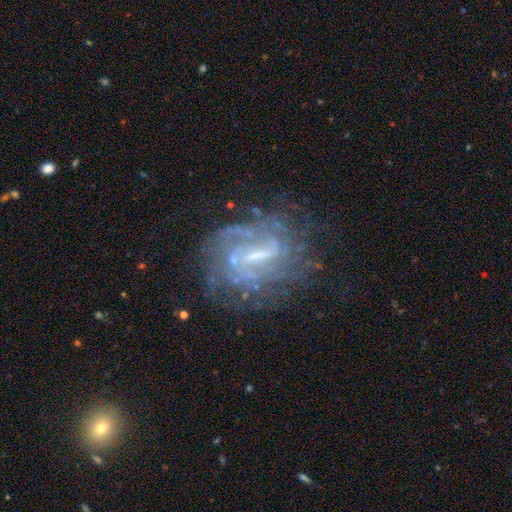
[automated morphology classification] Smooth or featured: featured or disk — 83% (star or artifact — 9%)
Edge-on disk: no — 96% (yes — 4%)
Bar: weak — 48% (strong — 37%)
Spiral arms: yes — 85% (no — 15%)
Spiral winding: tight — 50% (medium — 35%)
Spiral arm count: can't tell — 48% (2 — 19%)
Bulge size: small — 47% (moderate — 26%)
Merging: none — 60% (minor disturbance — 19%)